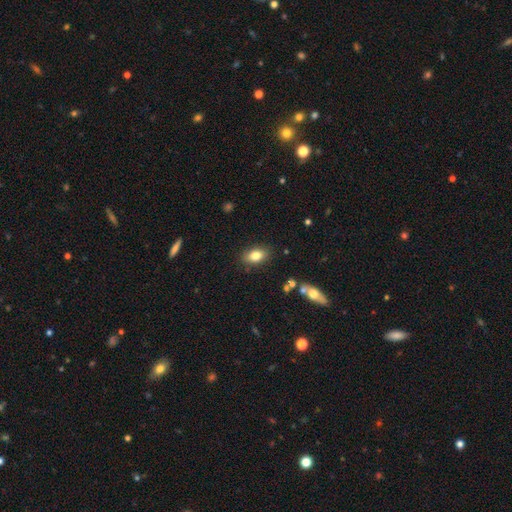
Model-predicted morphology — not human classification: This appears to be a smooth galaxy with no disk features (82%) that is in between round and cigar-shaped (87%). Merging: none (85%).